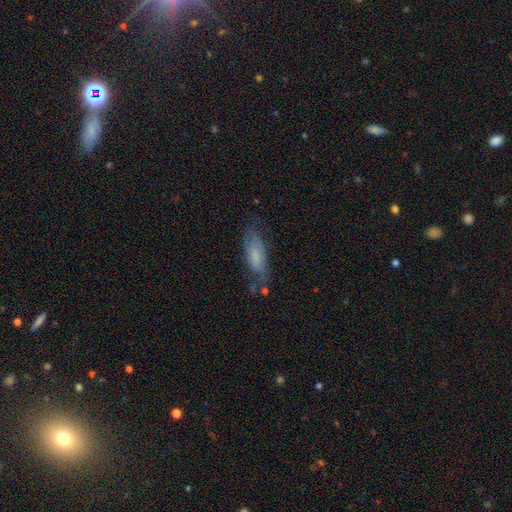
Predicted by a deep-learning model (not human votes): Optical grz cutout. It shows a smooth galaxy with no disk features (54%) that is in between round and cigar-shaped (66%). Merging: none (55%).